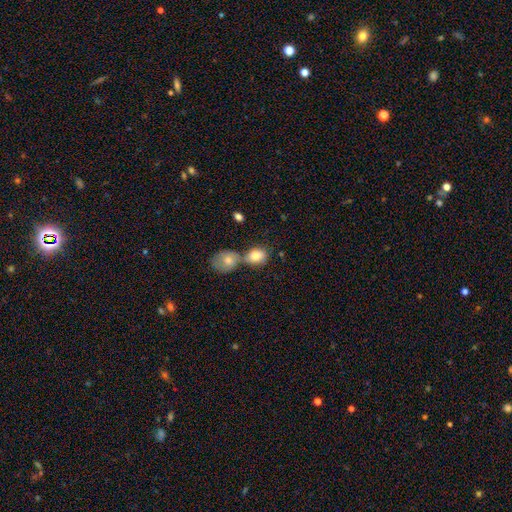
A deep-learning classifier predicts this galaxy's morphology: Smooth or featured: smooth — 82% (featured or disk — 11%)
How rounded: in between — 59% (round — 39%)
Merging: merger — 54% (none — 30%)